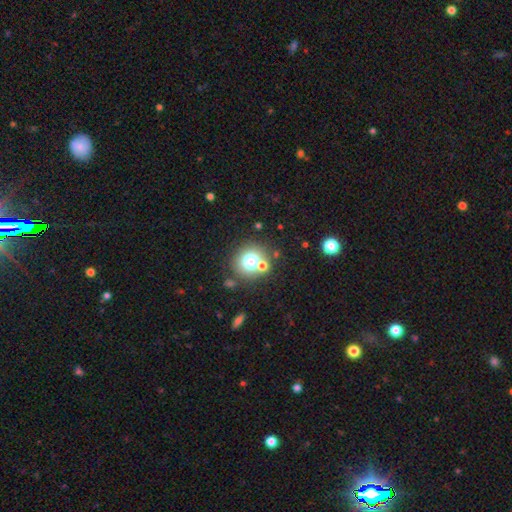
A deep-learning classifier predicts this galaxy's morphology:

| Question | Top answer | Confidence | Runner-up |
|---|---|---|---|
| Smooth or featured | smooth | 64% | star or artifact (22%) |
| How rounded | round | 85% | in between (14%) |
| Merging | none | 65% | merger (21%) |